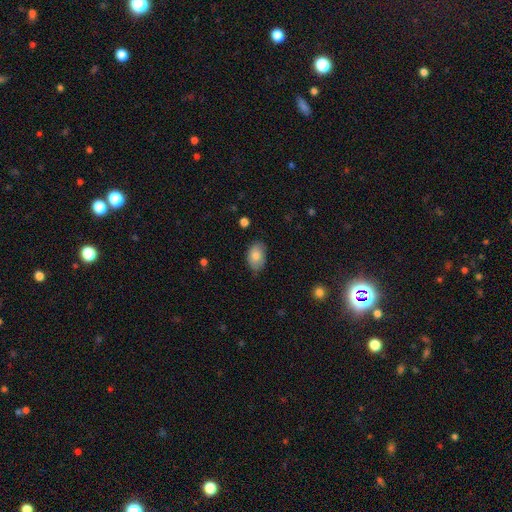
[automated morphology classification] Smooth or featured? smooth (81%)
How rounded? in between (89%)
Merging? none (74%)